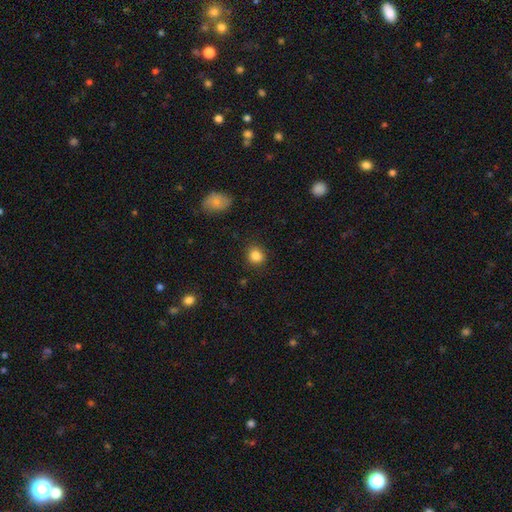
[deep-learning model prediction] smooth 86%, star or artifact 10%, featured or disk 4%. Down the decision tree: how rounded — round (77%); merging — none (86%).